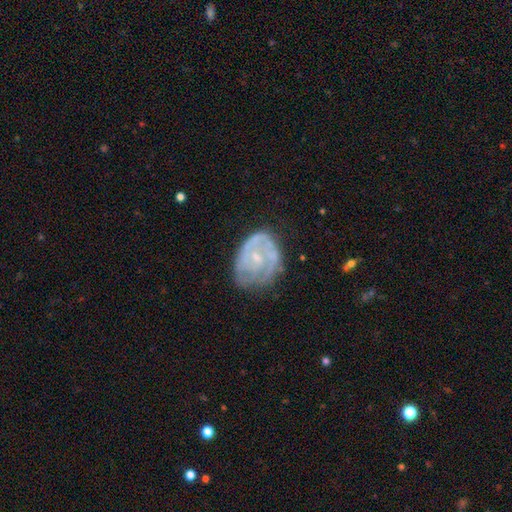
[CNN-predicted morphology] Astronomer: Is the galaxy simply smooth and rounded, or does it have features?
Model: featured or disk — 74%.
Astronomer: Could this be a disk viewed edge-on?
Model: no — 97%.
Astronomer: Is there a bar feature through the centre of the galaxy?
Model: no — 68%.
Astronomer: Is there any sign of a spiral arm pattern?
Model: yes — 78%.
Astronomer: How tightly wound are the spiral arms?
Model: tight — 57%.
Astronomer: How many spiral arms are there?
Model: can't tell — 36% (runner-up: 2, 33%).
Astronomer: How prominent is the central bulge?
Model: small — 65%.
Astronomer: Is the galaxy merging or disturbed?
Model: none — 57%.